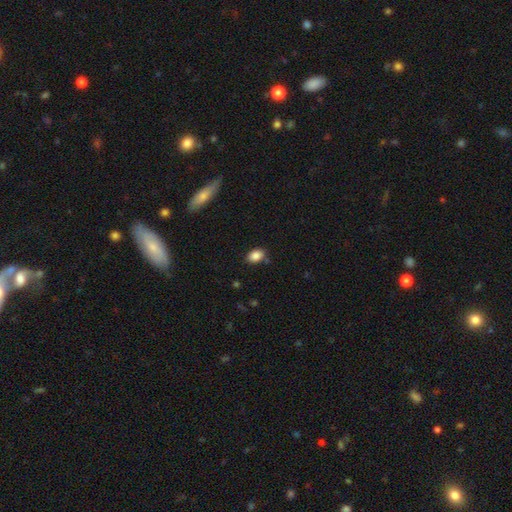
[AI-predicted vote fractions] Q: Smooth or featured?
A: smooth (86%); runner-up: star or artifact (9%)
Q: How rounded?
A: in between (83%); runner-up: round (16%)
Q: Merging?
A: none (82%); runner-up: minor disturbance (12%)